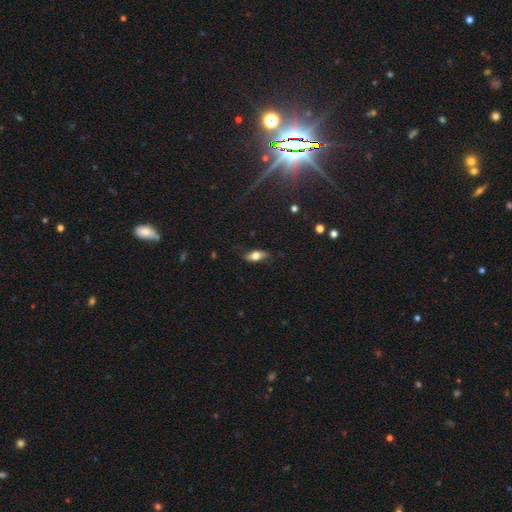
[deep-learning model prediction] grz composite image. It shows a smooth galaxy with no disk features (65%) that is in between round and cigar-shaped (77%). Merging: none (79%).